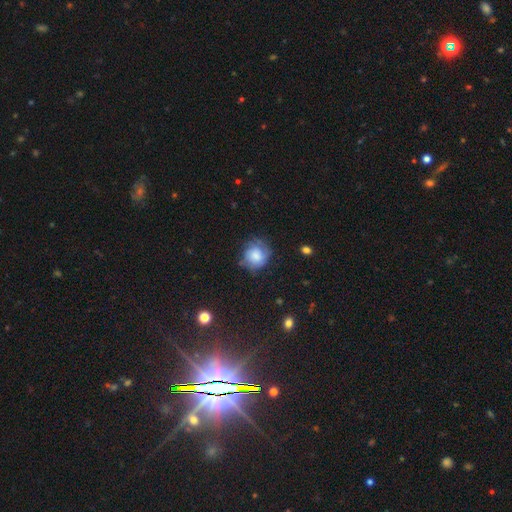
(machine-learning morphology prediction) Q: Smooth or featured?
A: smooth (67%); runner-up: featured or disk (24%)
Q: How rounded?
A: round (84%); runner-up: in between (15%)
Q: Merging?
A: none (63%); runner-up: minor disturbance (26%)